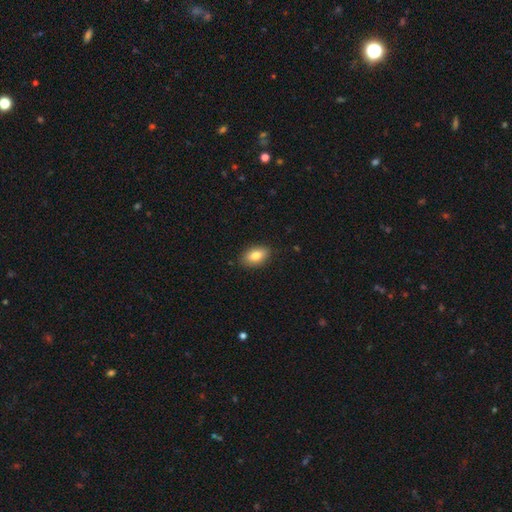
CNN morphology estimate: Smooth or featured: smooth — 81% (featured or disk — 11%)
How rounded: in between — 89% (round — 9%)
Merging: none — 87% (minor disturbance — 10%)